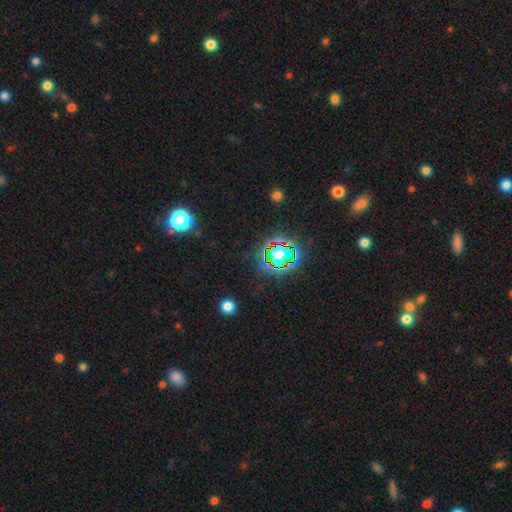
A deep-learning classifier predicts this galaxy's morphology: star or artifact 78%, smooth 14%, featured or disk 8%.